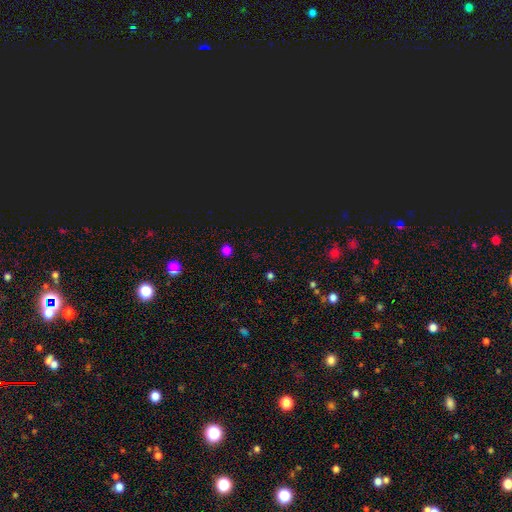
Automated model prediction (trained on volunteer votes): smooth 51%, star or artifact 44%, featured or disk 5%. Down the decision tree: how rounded — round (87%); merging — none (88%).